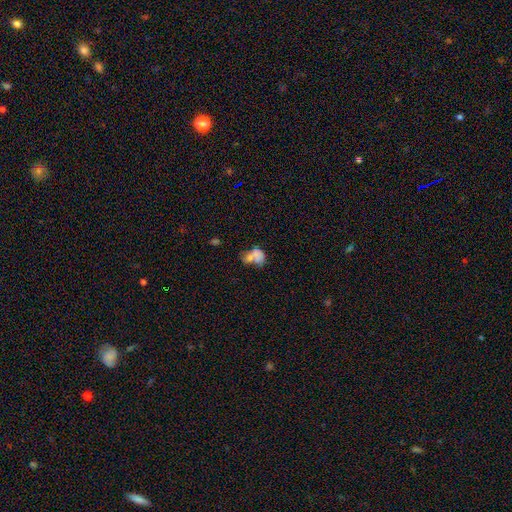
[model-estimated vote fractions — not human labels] Smooth or featured: smooth — 63% (featured or disk — 23%)
How rounded: in between — 66% (round — 32%)
Merging: merger — 48% (none — 25%)